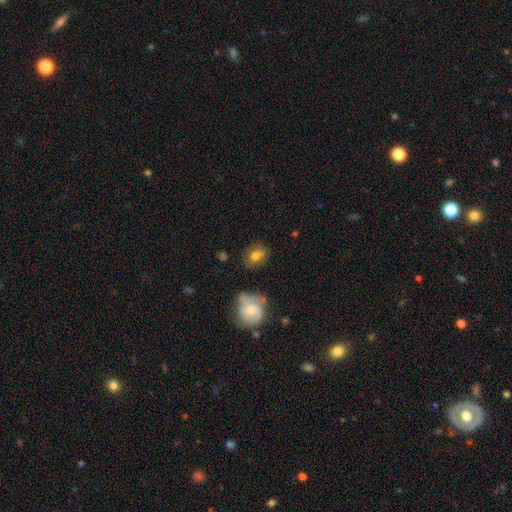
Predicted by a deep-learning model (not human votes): Smooth or featured? smooth (63%)
How rounded? round (50%)
Merging? none (67%)